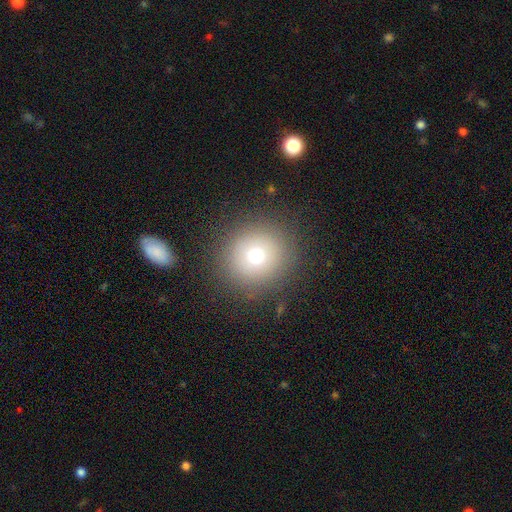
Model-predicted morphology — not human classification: Smooth or featured? smooth (70%)
How rounded? round (92%)
Merging? none (86%)